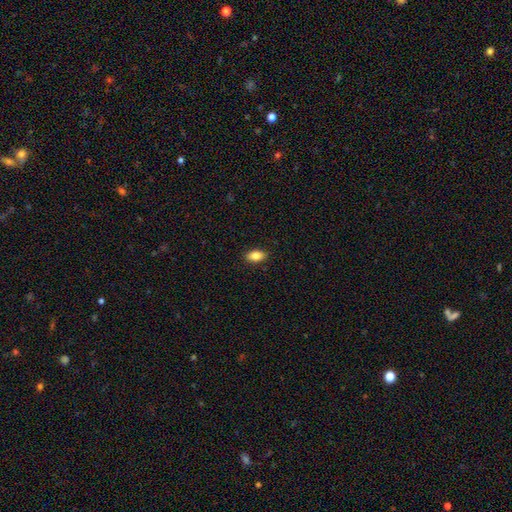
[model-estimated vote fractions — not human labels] This is clearly a smooth galaxy (83%). How rounded: clearly in between (89%). Merging: clearly none (90%).